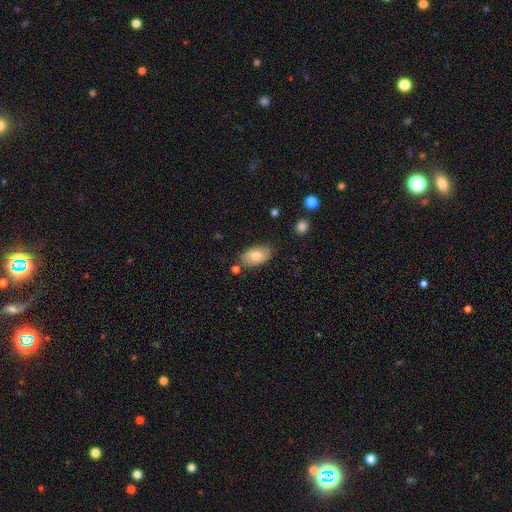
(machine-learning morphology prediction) Smooth or featured? smooth (77%)
How rounded? in between (93%)
Merging? none (78%)